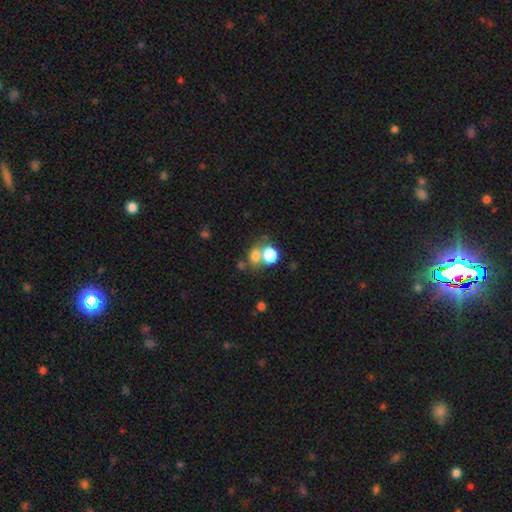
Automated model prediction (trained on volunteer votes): smooth 74%, star or artifact 15%, featured or disk 11%. Down the decision tree: how rounded — round (66%); merging — merger (45%).